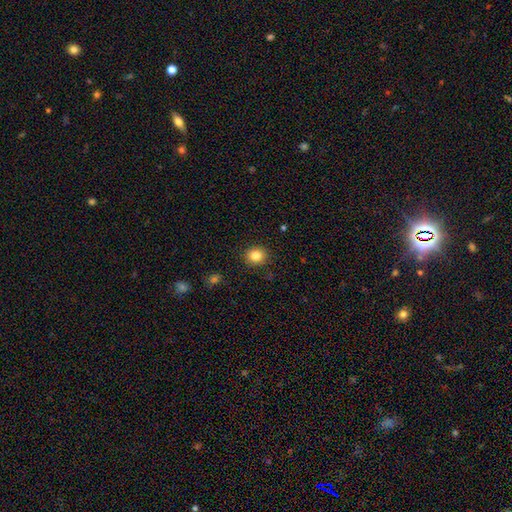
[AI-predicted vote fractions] Smooth or featured? smooth (84%)
How rounded? round (74%)
Merging? none (88%)